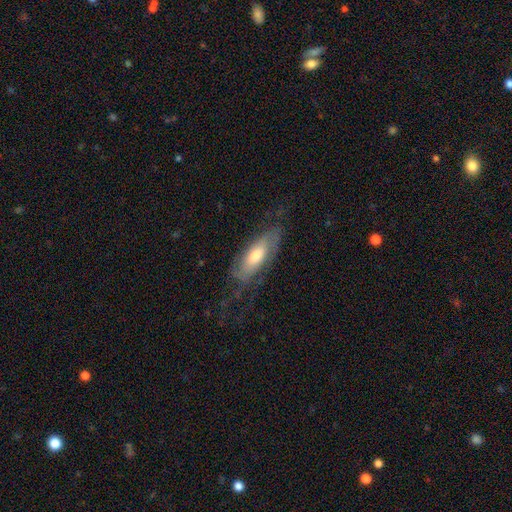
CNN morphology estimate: Overall: featured or disk (58%; smooth 35%). Edge-on disk: no (76%). Merging: none (59%; minor disturbance 22%).